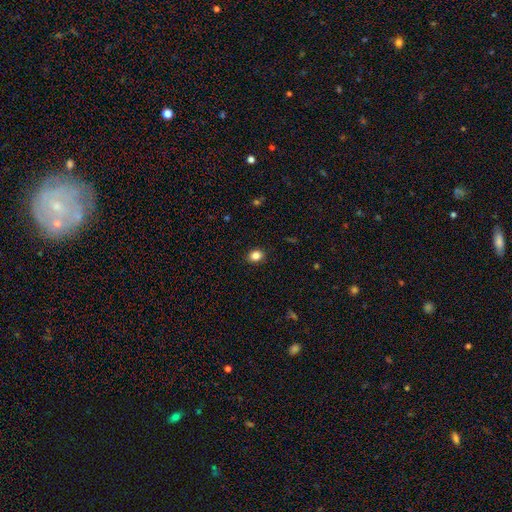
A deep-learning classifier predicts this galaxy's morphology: smooth 85%, star or artifact 10%, featured or disk 5%. Down the decision tree: how rounded — in between (52%); merging — none (90%).